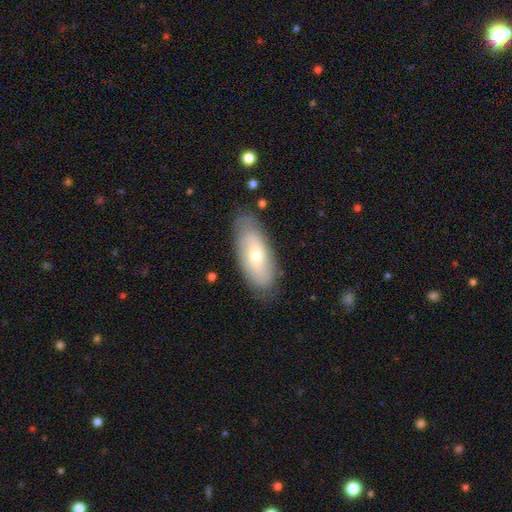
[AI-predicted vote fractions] Smooth or featured: smooth — 50% (featured or disk — 43%)
Merging: none — 79% (minor disturbance — 15%)